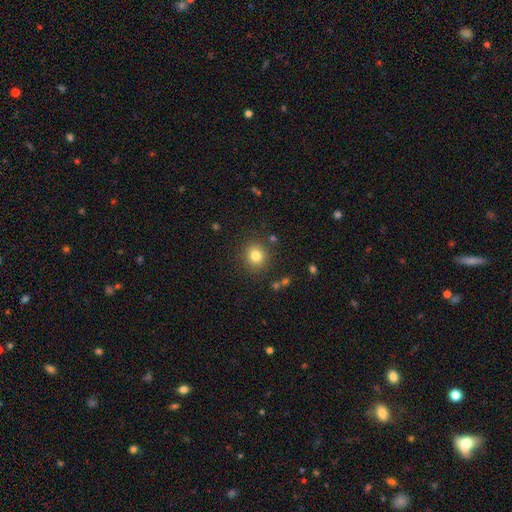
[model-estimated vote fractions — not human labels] A smooth galaxy with no disk features (80%) that is round (88%). Merging: none (87%).